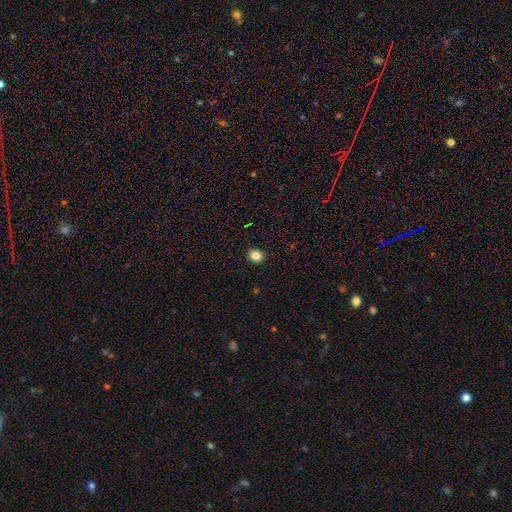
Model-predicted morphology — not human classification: A smooth galaxy with no disk features (83%) that is round (65%). Merging: none (91%).